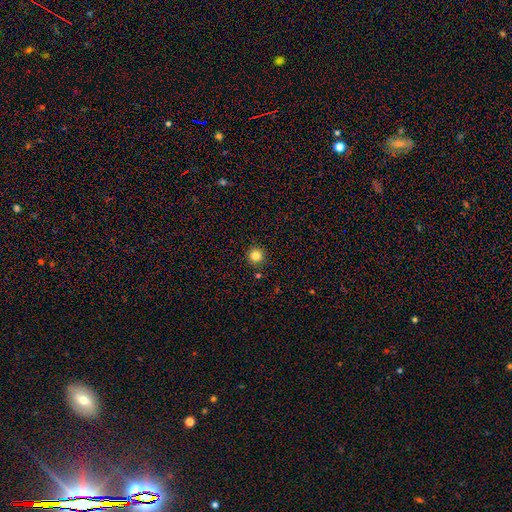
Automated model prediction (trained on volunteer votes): Smooth or featured? smooth (83%)
How rounded? round (96%)
Merging? none (90%)